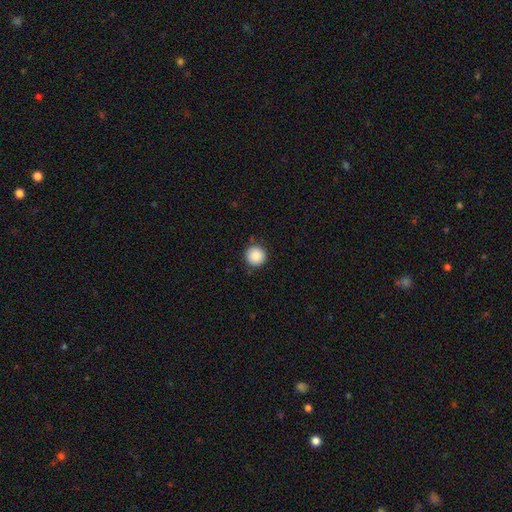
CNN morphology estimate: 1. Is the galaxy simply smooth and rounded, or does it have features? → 88% smooth, 9% star or artifact, 3% featured or disk.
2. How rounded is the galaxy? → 96% round, 3% in between, 1% cigar-shaped.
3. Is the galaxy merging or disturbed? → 89% none, 7% minor disturbance, 2% major disturbance, 1% merger.